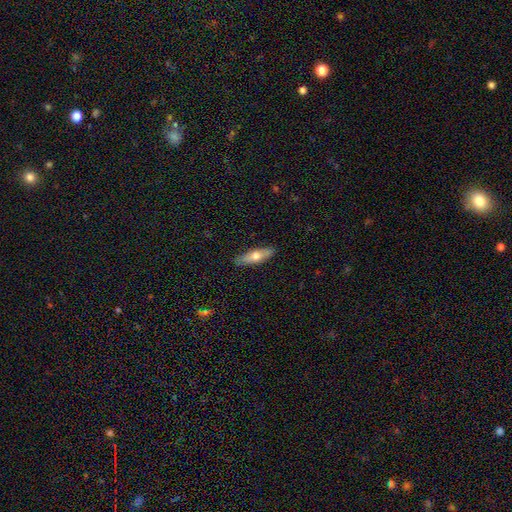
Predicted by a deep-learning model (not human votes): This appears to be a smooth galaxy with no disk features (58%) that is cigar-shaped (58%). Merging: none (88%).